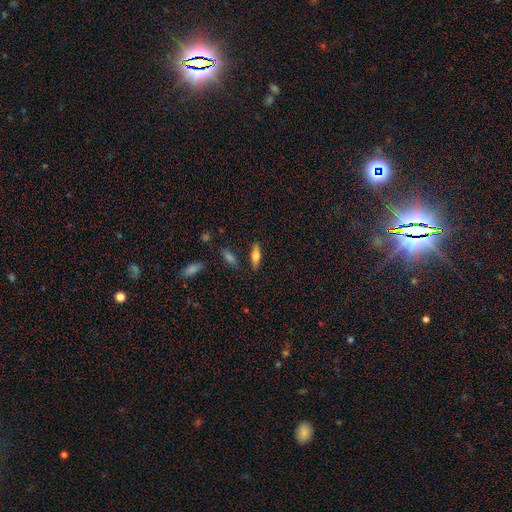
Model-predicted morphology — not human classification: A smooth galaxy with no disk features (56%) that is in between round and cigar-shaped (50%).

Vote fractions:
- Smooth or featured? smooth: 56% / featured or disk: 37% / star or artifact: 8%
- How rounded? in between: 50% / cigar-shaped: 47% / round: 3%
- Merging? none: 83% / minor disturbance: 11% / merger: 3% / major disturbance: 3%